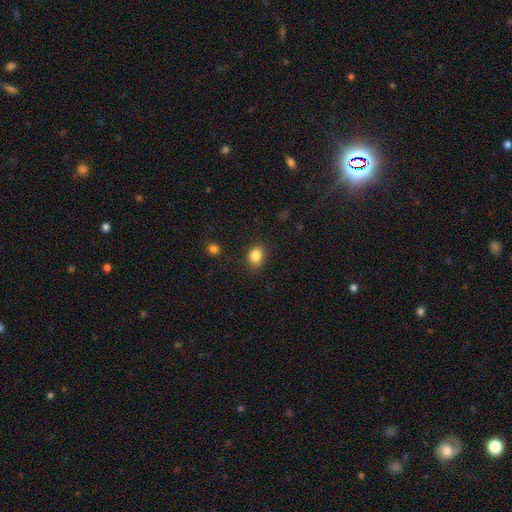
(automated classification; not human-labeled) Smooth or featured? smooth (85%)
How rounded? in between (61%)
Merging? none (85%)